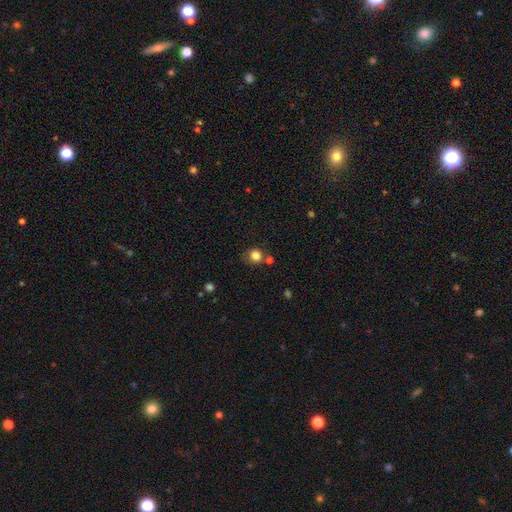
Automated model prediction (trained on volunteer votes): Q: Smooth or featured?
A: smooth (82%); runner-up: star or artifact (11%)
Q: How rounded?
A: round (79%); runner-up: in between (20%)
Q: Merging?
A: none (62%); runner-up: minor disturbance (18%)